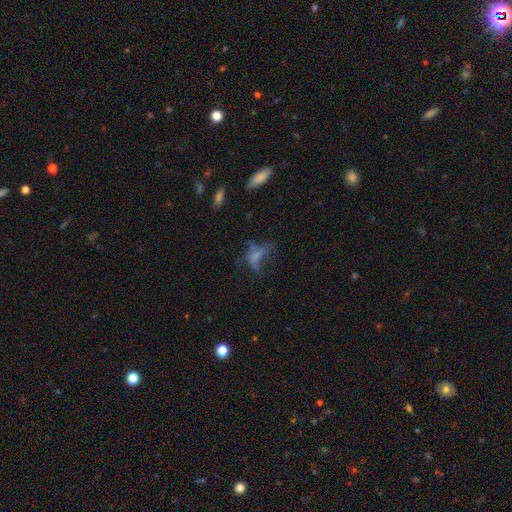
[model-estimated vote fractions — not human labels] smooth-or-featured: smooth: 44% | featured or disk: 35% | star or artifact: 21%
  merging: major disturbance: 45% | none: 31% | minor disturbance: 18% | merger: 6%